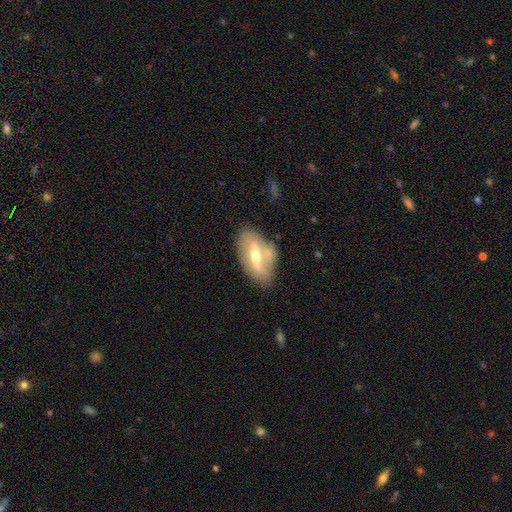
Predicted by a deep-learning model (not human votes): featured or disk 64%, smooth 30%, star or artifact 6%. Down the decision tree: edge-on disk — no (80%); bar — strong (54%); spiral arms — no (60%); bulge size — moderate (63%); merging — none (71%).